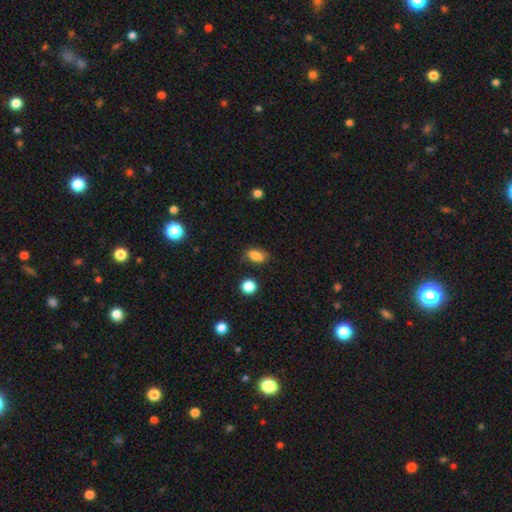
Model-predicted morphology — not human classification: Smooth or featured?
  - smooth: 83% *
  - star or artifact: 10%
  - featured or disk: 7%
How rounded?
  - in between: 83% *
  - round: 11%
  - cigar-shaped: 6%
Merging?
  - none: 75% *
  - minor disturbance: 18%
  - major disturbance: 4%
  - merger: 2%